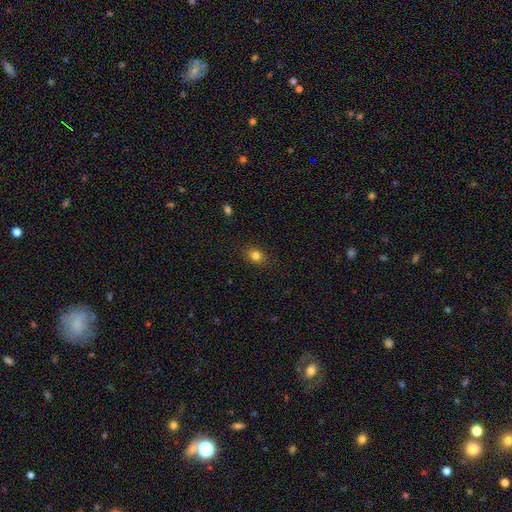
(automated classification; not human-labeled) smooth_or_featured: smooth (p=0.82) [alt: star or artifact p=0.11]
how_rounded: in between (p=0.53) [alt: round p=0.45]
merging: none (p=0.86) [alt: minor disturbance p=0.10]